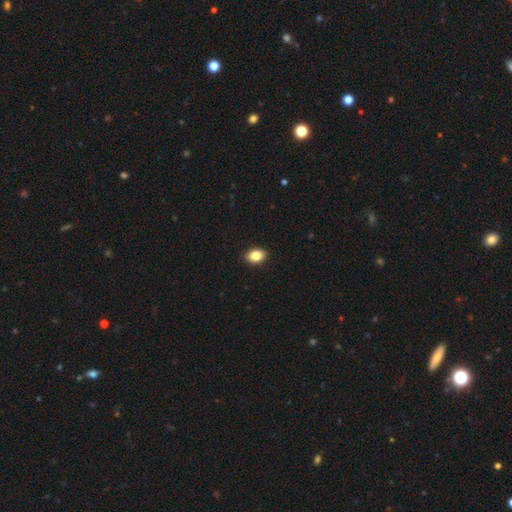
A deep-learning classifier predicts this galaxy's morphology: Overall: smooth (87%). How rounded: in between (76%). Merging: none (90%).